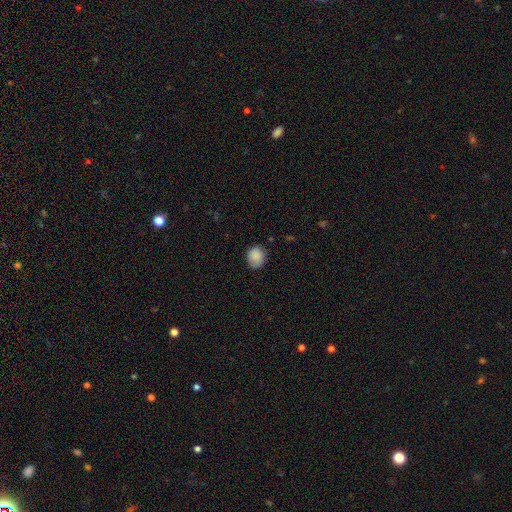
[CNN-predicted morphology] Overall: smooth (86%). How rounded: round (72%). Merging: none (75%).